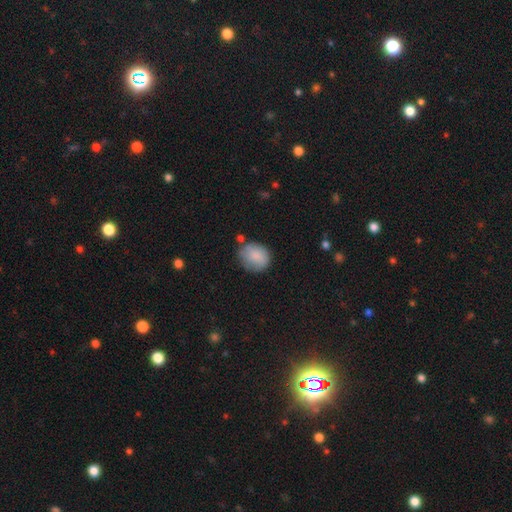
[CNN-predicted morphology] Smooth or featured?
  - smooth: 82% *
  - featured or disk: 11%
  - star or artifact: 7%
How rounded?
  - round: 61% *
  - in between: 38%
  - cigar-shaped: 1%
Merging?
  - none: 62% *
  - minor disturbance: 25%
  - major disturbance: 7%
  - merger: 6%